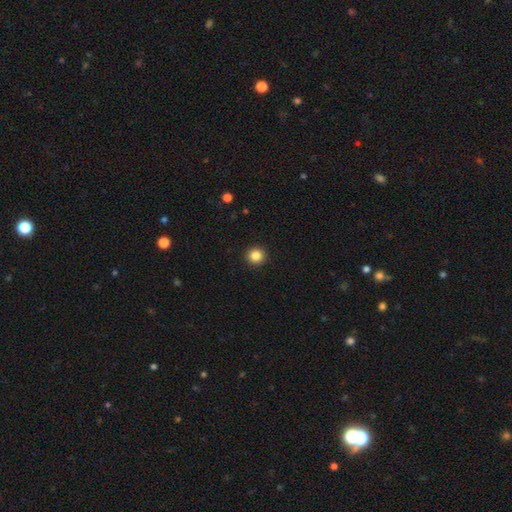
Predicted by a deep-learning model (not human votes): Q: Smooth or featured?
A: smooth (85%); runner-up: star or artifact (10%)
Q: How rounded?
A: round (94%); runner-up: in between (5%)
Q: Merging?
A: none (93%); runner-up: minor disturbance (5%)